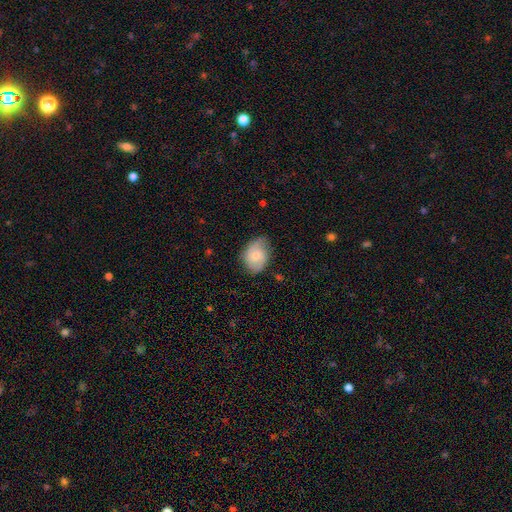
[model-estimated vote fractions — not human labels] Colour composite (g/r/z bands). It shows a smooth galaxy with no disk features (51%) that is in between round and cigar-shaped (69%). Merging: none (63%).